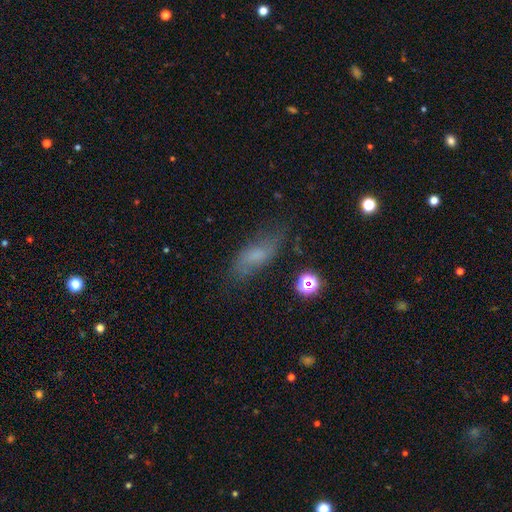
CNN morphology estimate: A smooth galaxy with no disk features (59%) that is in between round and cigar-shaped (65%).

Vote fractions:
- Smooth or featured? smooth: 59% / featured or disk: 26% / star or artifact: 14%
- How rounded? in between: 65% / cigar-shaped: 31% / round: 5%
- Merging? none: 68% / minor disturbance: 21% / major disturbance: 9% / merger: 2%